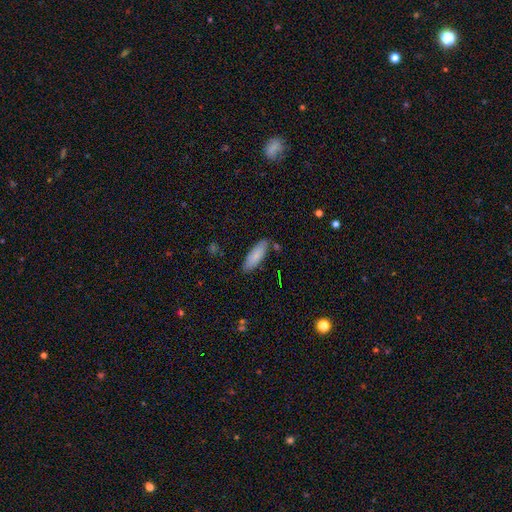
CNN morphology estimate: Smooth or featured? smooth (80%)
How rounded? in between (63%)
Merging? none (81%)